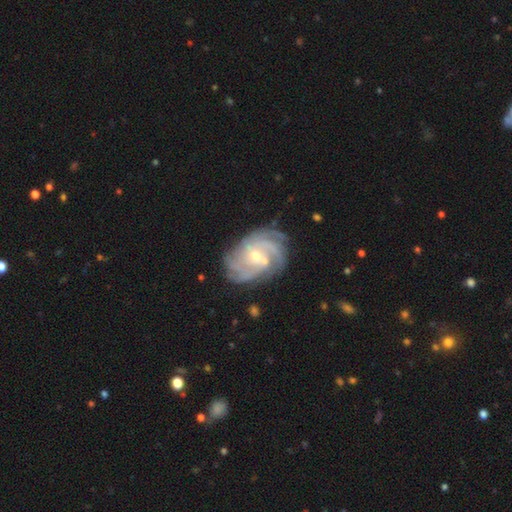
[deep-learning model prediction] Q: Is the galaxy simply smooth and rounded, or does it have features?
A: featured or disk — 86%.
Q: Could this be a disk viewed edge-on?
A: no — 97%.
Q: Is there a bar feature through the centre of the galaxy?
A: no — 54%.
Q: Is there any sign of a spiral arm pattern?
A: yes — 96%.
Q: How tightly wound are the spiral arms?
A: tight — 65%.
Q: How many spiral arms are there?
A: can't tell — 27%.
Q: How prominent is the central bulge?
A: small — 55%.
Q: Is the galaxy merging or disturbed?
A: none — 71%.